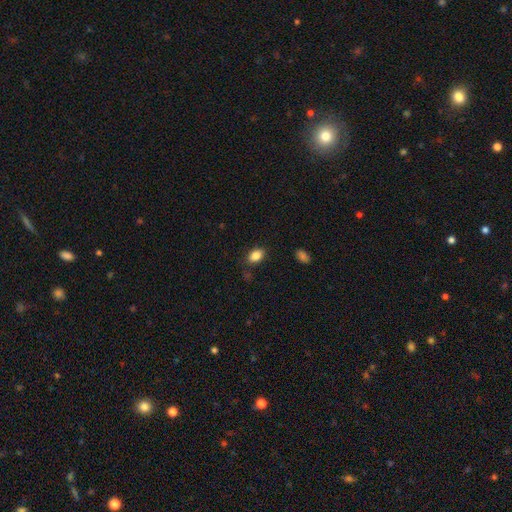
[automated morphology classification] A smooth galaxy with no disk features (86%) that is in between round and cigar-shaped (85%). Merging: none (83%).